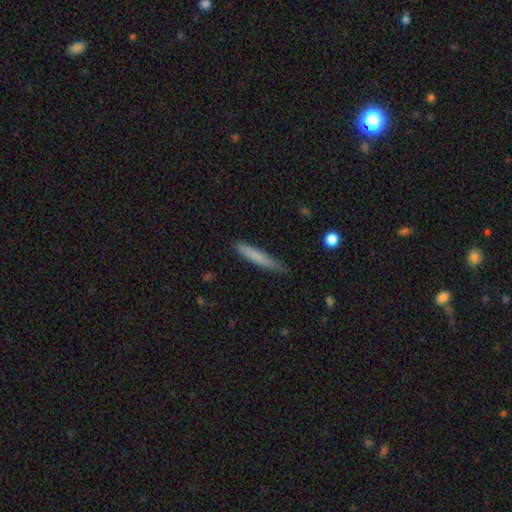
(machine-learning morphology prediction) smooth 75%, featured or disk 19%, star or artifact 6%. Down the decision tree: how rounded — cigar-shaped (94%); merging — none (79%).